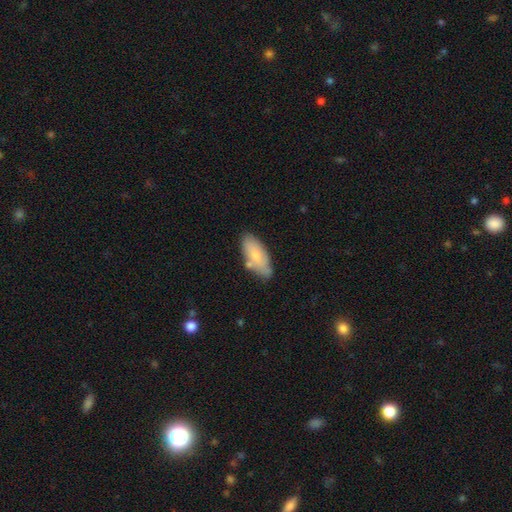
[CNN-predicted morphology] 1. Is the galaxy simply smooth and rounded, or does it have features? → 73% smooth, 21% featured or disk, 6% star or artifact.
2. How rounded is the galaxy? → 86% in between, 12% cigar-shaped, 2% round.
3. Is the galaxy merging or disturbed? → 69% none, 19% minor disturbance, 8% merger, 4% major disturbance.